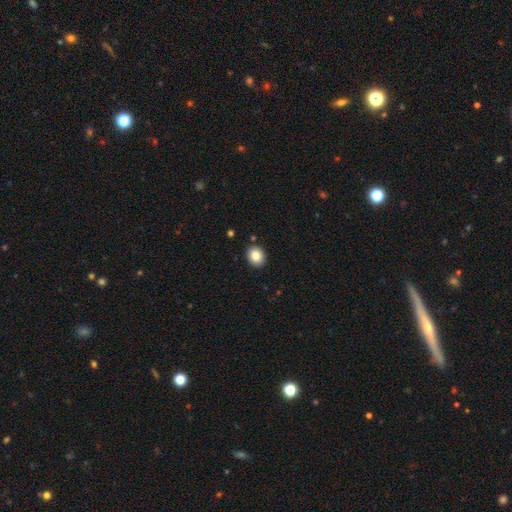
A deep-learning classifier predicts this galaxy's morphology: smooth 86%, star or artifact 9%, featured or disk 5%. Down the decision tree: how rounded — round (59%); merging — none (90%).